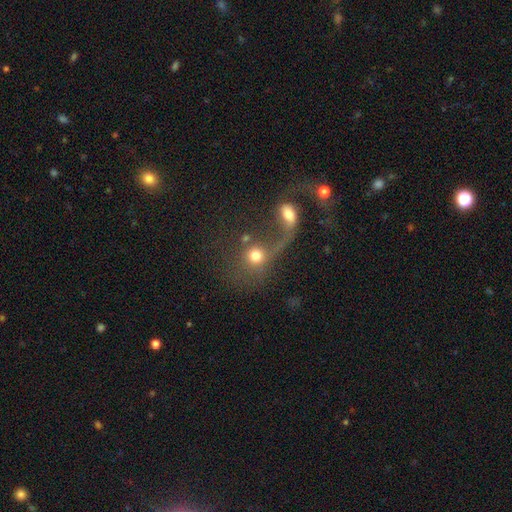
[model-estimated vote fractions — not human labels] A smooth galaxy with no disk features (65%) that is round (76%).

Vote fractions:
- Smooth or featured? smooth: 65% / featured or disk: 24% / star or artifact: 12%
- How rounded? round: 76% / in between: 22% / cigar-shaped: 2%
- Merging? merger: 52% / major disturbance: 21% / none: 20% / minor disturbance: 7%